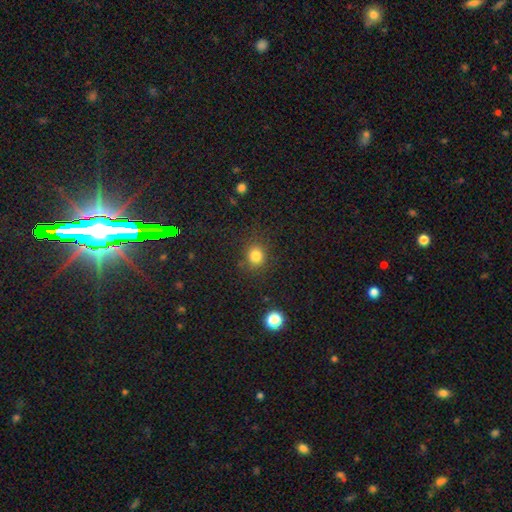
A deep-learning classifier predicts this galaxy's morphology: smooth_or_featured: smooth (p=0.81) [alt: star or artifact p=0.14]
how_rounded: round (p=0.85) [alt: in between p=0.14]
merging: none (p=0.85) [alt: minor disturbance p=0.09]